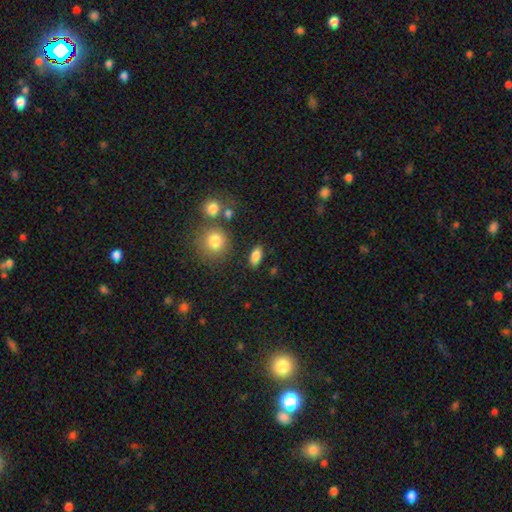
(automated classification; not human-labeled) Smooth or featured: smooth — 85% (star or artifact — 9%)
How rounded: in between — 85% (cigar-shaped — 7%)
Merging: none — 85% (minor disturbance — 9%)